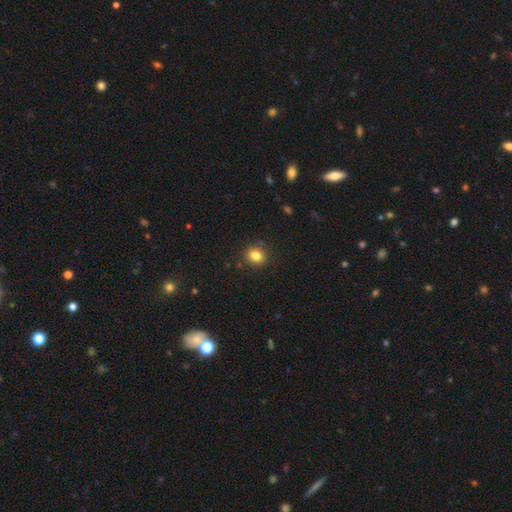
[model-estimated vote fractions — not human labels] Smooth or featured? smooth (83%)
How rounded? round (78%)
Merging? none (88%)